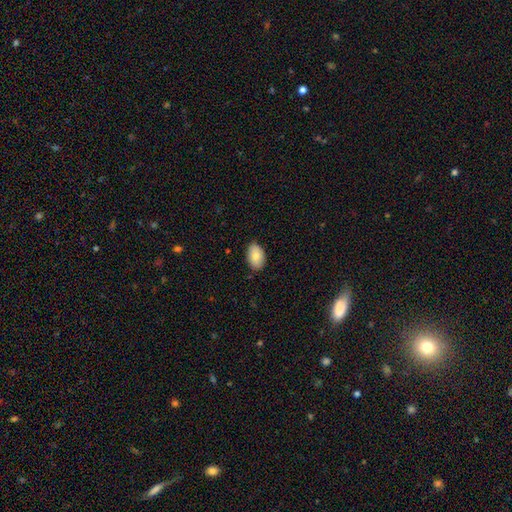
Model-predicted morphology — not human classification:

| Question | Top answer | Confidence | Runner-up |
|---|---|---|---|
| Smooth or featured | smooth | 82% | featured or disk (12%) |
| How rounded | in between | 91% | round (8%) |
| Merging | none | 86% | minor disturbance (11%) |